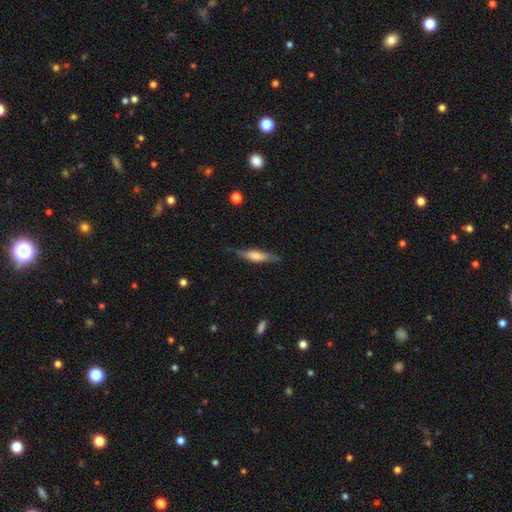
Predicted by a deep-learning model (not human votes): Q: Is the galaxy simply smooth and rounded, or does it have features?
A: featured or disk — 50%.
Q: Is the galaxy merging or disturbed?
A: none — 74%.